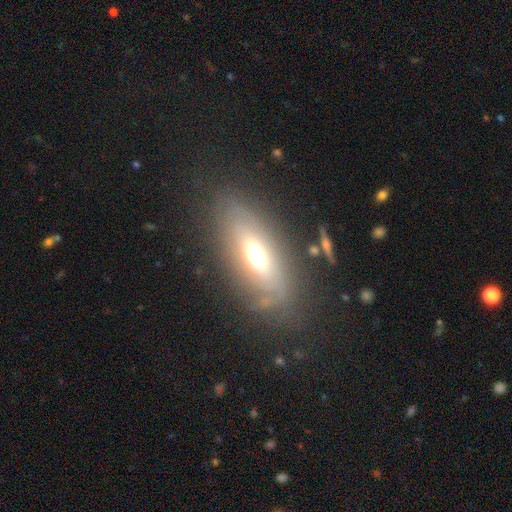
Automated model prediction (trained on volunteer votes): The model was most divided on "smooth or featured": featured or disk: 57%, smooth: 35%, star or artifact: 9%. More confident: merging — none (75%); edge-on disk — no (71%).